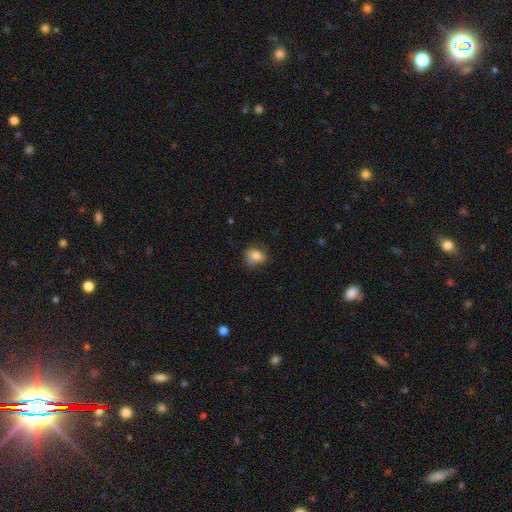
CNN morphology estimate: A smooth galaxy with no disk features (76%) that is in between round and cigar-shaped (59%). Merging: none (62%).